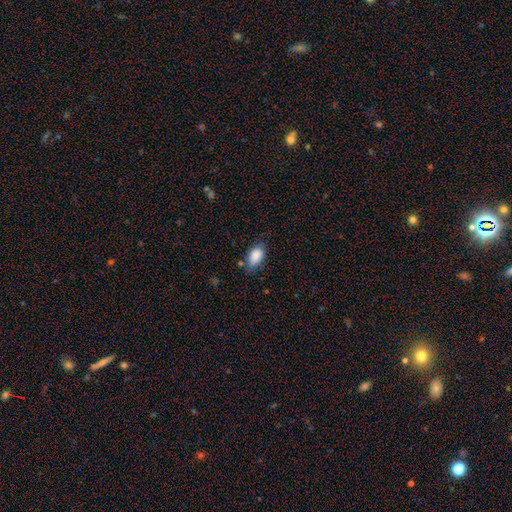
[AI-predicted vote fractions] A smooth galaxy with no disk features (87%) that is in between round and cigar-shaped (92%). Merging: none (67%).